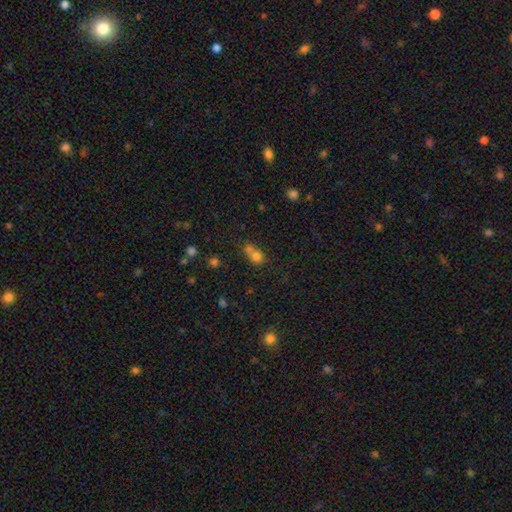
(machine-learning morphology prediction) Smooth or featured: smooth — 75% (star or artifact — 15%)
How rounded: round — 76% (in between — 23%)
Merging: merger — 53% (none — 35%)